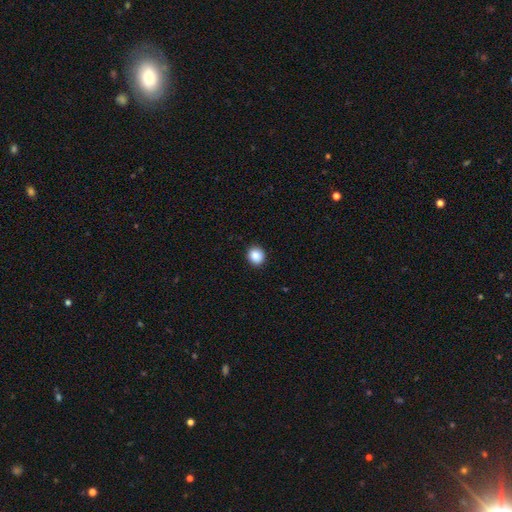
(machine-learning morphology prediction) A smooth galaxy with no disk features (88%) that is round (83%). Merging: none (92%).